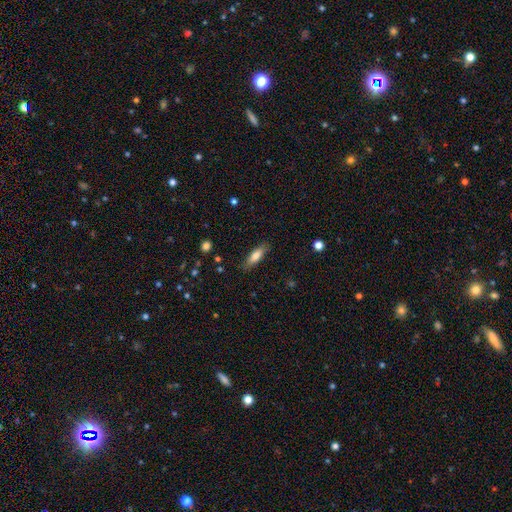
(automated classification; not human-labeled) smooth-or-featured: smooth: 77% | featured or disk: 16% | star or artifact: 7%
  how-rounded: in between: 53% | cigar-shaped: 45% | round: 2%
  merging: none: 84% | minor disturbance: 12% | major disturbance: 3% | merger: 1%